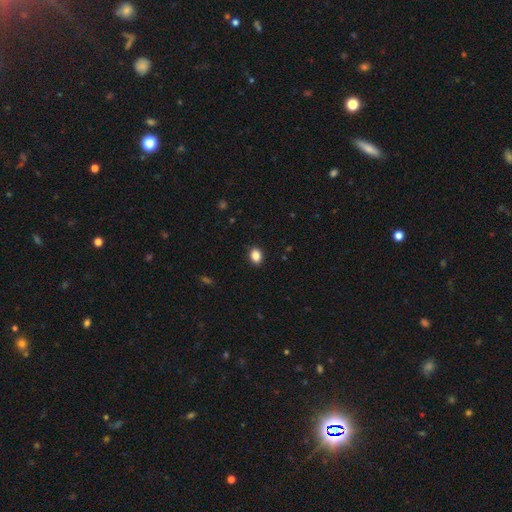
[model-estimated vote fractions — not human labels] smooth-or-featured: smooth: 87% | star or artifact: 10% | featured or disk: 4%
  how-rounded: in between: 66% | round: 33% | cigar-shaped: 1%
  merging: none: 89% | minor disturbance: 8% | major disturbance: 2% | merger: 1%